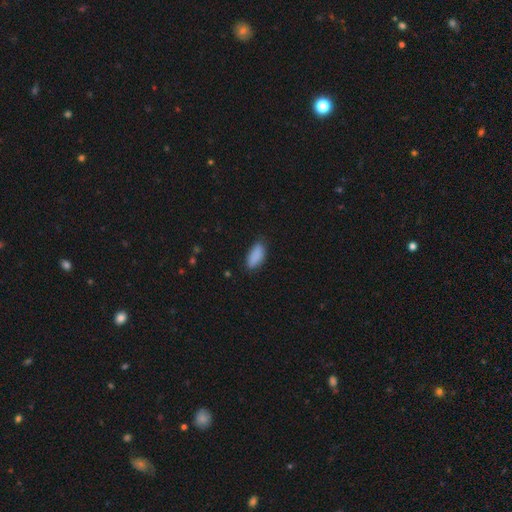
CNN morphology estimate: The model was most divided on "merging": none: 78%, minor disturbance: 18%, major disturbance: 3%, merger: 1%. More confident: smooth or featured — smooth (89%); how rounded — in between (87%).